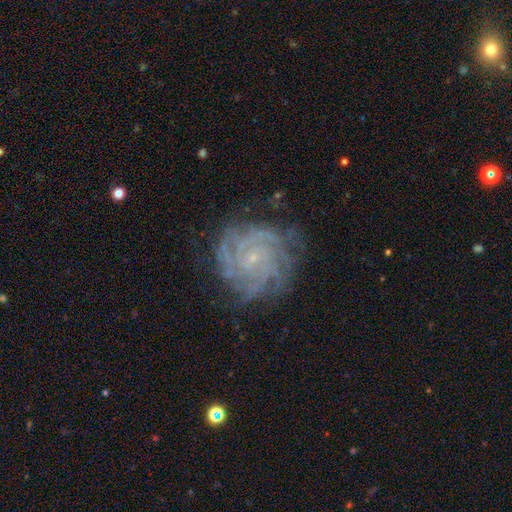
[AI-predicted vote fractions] The model was most divided on "spiral arm count": can't tell: 26%, 4: 23%, 3: 17%, more than 4: 12%, 2: 12%, 1: 9%. More confident: edge-on disk — no (97%); spiral arms — yes (97%); bulge size — small (80%); smooth or featured — featured or disk (80%); merging — none (79%); spiral winding — tight (76%); bar — no (64%).